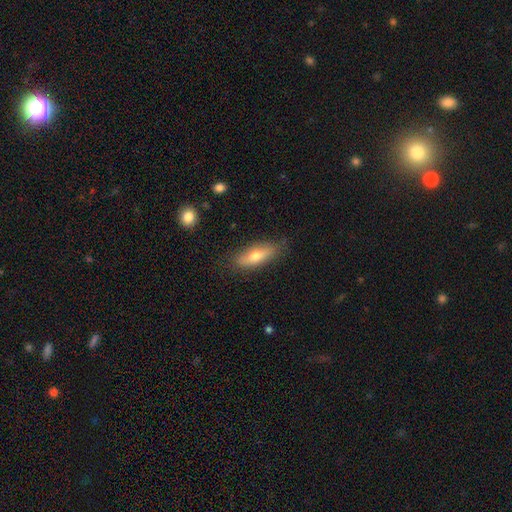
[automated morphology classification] smooth_or_featured: smooth (p=0.64) [alt: featured or disk p=0.30]
how_rounded: in between (p=0.61) [alt: cigar-shaped p=0.36]
merging: none (p=0.81) [alt: minor disturbance p=0.15]